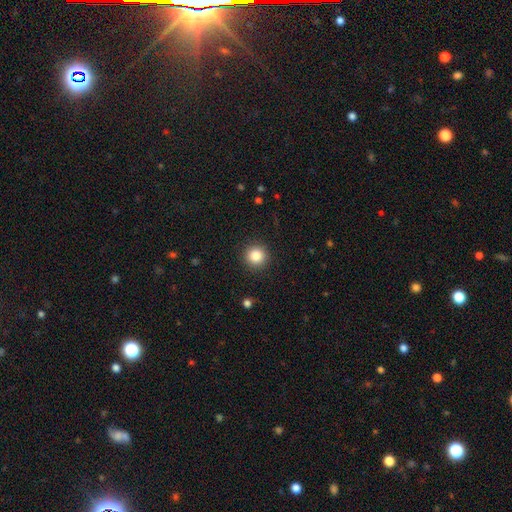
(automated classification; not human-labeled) This is clearly a smooth galaxy (85%). How rounded: clearly round (95%). Merging: clearly none (92%).